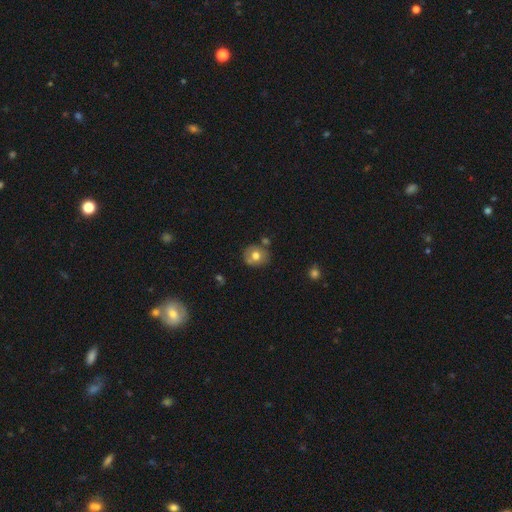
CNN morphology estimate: smooth_or_featured: smooth (p=0.68) [alt: featured or disk p=0.23]
how_rounded: round (p=0.80) [alt: in between p=0.19]
merging: none (p=0.71) [alt: minor disturbance p=0.15]